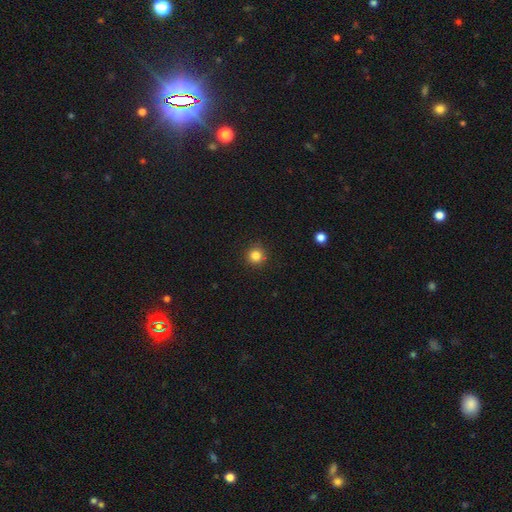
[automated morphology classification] This is clearly a smooth galaxy (83%). How rounded: clearly round (95%). Merging: clearly none (92%).